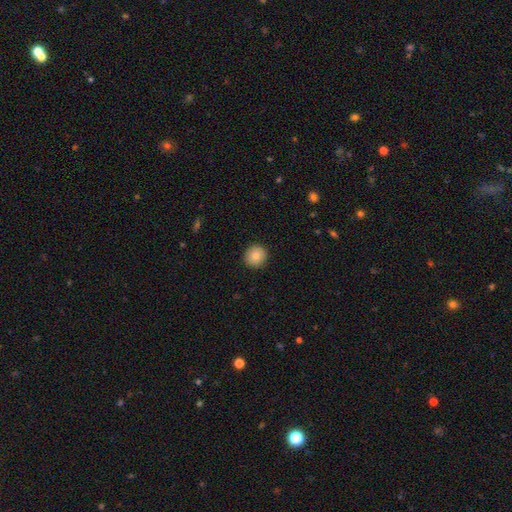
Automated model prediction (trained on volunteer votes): Smooth or featured: smooth — 83% (star or artifact — 9%)
How rounded: round — 93% (in between — 6%)
Merging: none — 92% (minor disturbance — 5%)